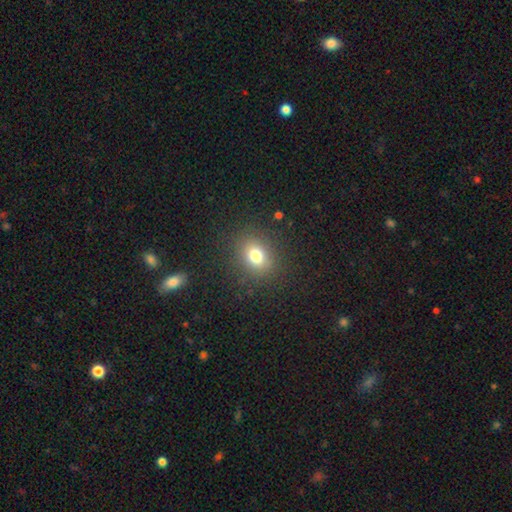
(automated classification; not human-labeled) smooth-or-featured: smooth: 76% | star or artifact: 15% | featured or disk: 9%
  how-rounded: round: 60% | in between: 38% | cigar-shaped: 1%
  merging: none: 86% | minor disturbance: 8% | major disturbance: 4% | merger: 1%